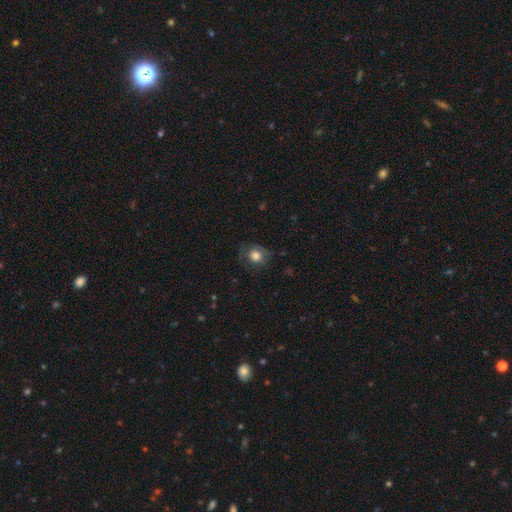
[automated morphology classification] smooth-or-featured: smooth: 73% | featured or disk: 18% | star or artifact: 10%
  how-rounded: round: 74% | in between: 25% | cigar-shaped: 1%
  merging: none: 64% | minor disturbance: 23% | major disturbance: 12% | merger: 1%